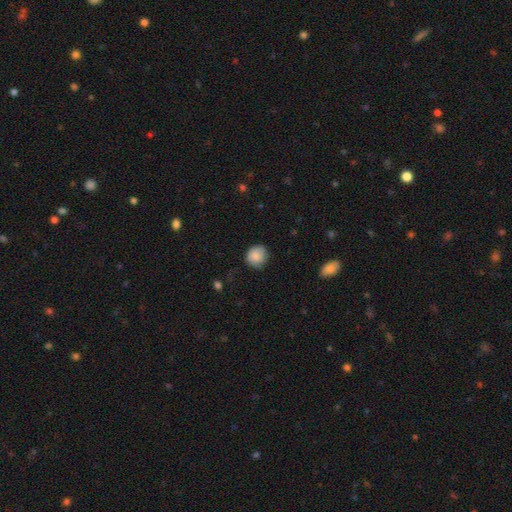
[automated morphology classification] A smooth galaxy with no disk features (87%) that is round (88%).

Vote fractions:
- Smooth or featured? smooth: 87% / star or artifact: 7% / featured or disk: 6%
- How rounded? round: 88% / in between: 11% / cigar-shaped: 1%
- Merging? none: 76% / minor disturbance: 19% / major disturbance: 4% / merger: 1%